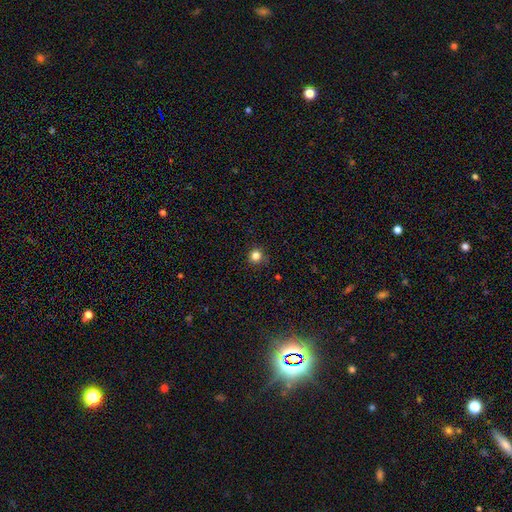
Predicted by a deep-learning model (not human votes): Smooth or featured? smooth (82%)
How rounded? round (93%)
Merging? none (89%)